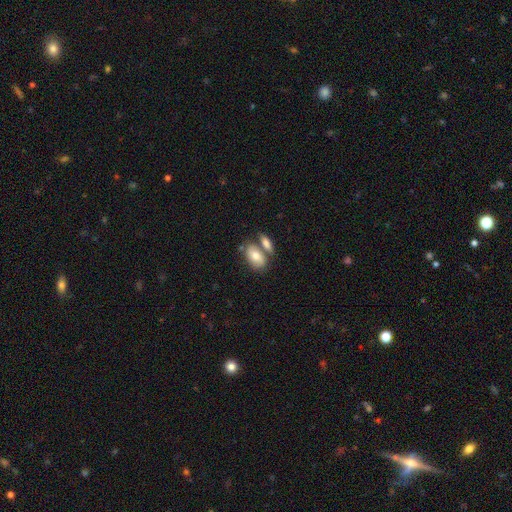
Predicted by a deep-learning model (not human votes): The model was most divided on "merging": none: 45%, merger: 40%, minor disturbance: 11%, major disturbance: 4%. More confident: how rounded — in between (89%); smooth or featured — smooth (74%).